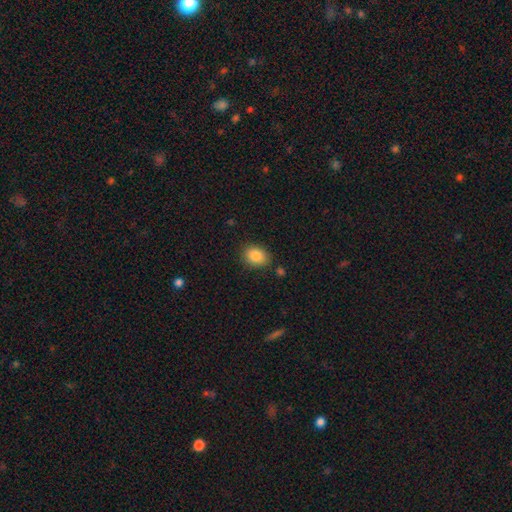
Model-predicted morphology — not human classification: Smooth or featured? smooth (86%)
How rounded? in between (64%)
Merging? none (82%)